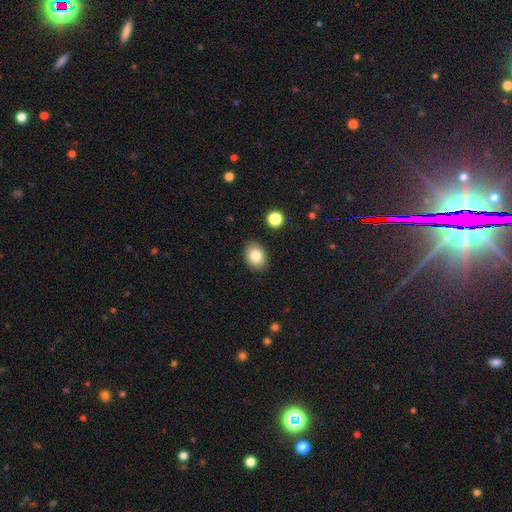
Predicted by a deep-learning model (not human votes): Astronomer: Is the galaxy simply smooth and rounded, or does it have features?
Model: smooth — 82%.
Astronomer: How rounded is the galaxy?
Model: in between — 71%.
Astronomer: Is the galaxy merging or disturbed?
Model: none — 88%.